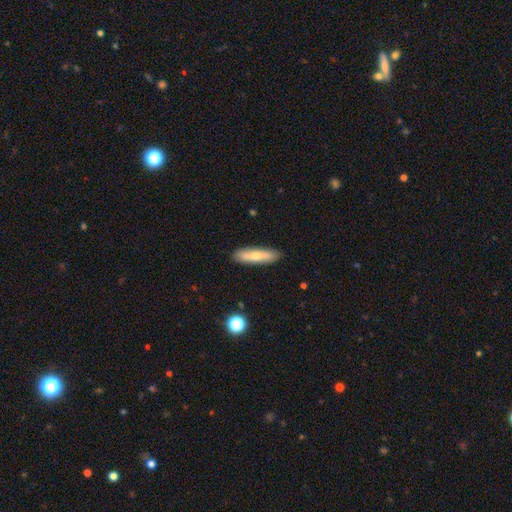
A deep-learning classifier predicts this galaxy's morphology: This appears to be a smooth galaxy with no disk features (65%) that is cigar-shaped (72%). Merging: none (87%).